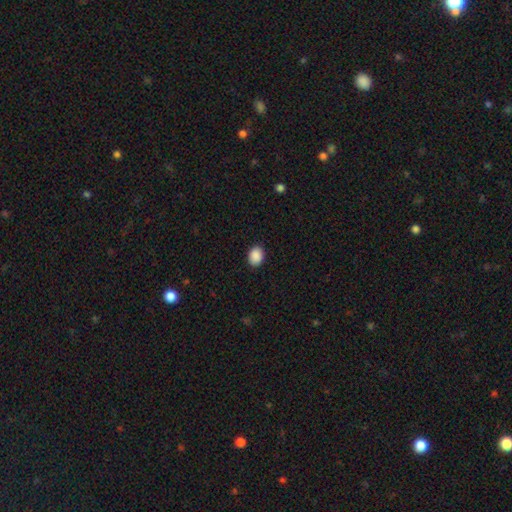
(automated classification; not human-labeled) The model was most divided on "how rounded": in between: 57%, round: 42%, cigar-shaped: 1%. More confident: merging — none (90%); smooth or featured — smooth (90%).